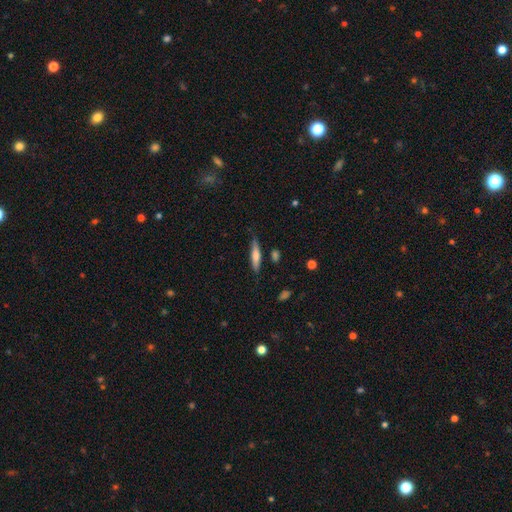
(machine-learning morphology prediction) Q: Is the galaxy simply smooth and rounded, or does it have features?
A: smooth — 63%.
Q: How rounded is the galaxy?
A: cigar-shaped — 82%.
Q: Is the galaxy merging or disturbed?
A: none — 80%.